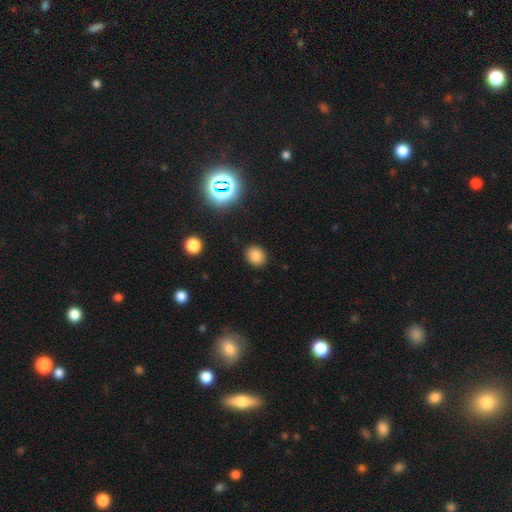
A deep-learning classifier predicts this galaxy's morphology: Q: Smooth or featured?
A: smooth (80%); runner-up: star or artifact (14%)
Q: How rounded?
A: round (66%); runner-up: in between (33%)
Q: Merging?
A: none (89%); runner-up: minor disturbance (7%)